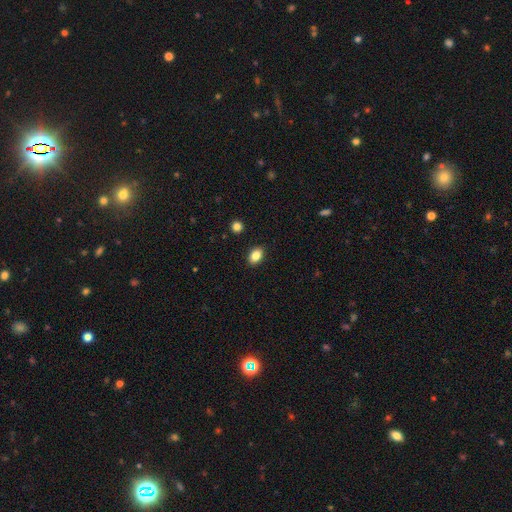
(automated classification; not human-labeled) This is clearly a smooth galaxy (85%). How rounded: clearly in between (83%). Merging: clearly none (89%).